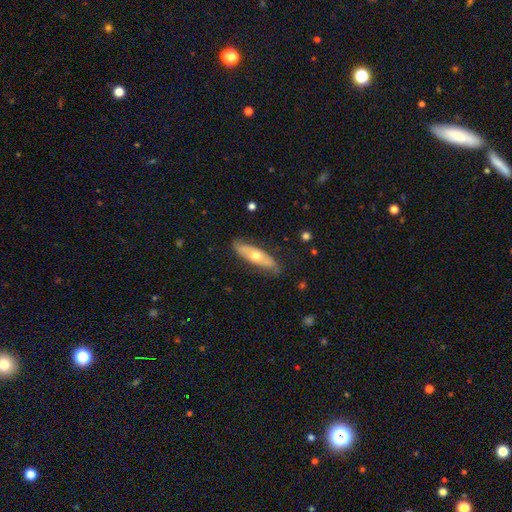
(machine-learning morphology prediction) Smooth or featured?
  - featured or disk: 49% *
  - smooth: 46%
  - star or artifact: 5%
Merging?
  - none: 80% *
  - minor disturbance: 15%
  - major disturbance: 3%
  - merger: 1%